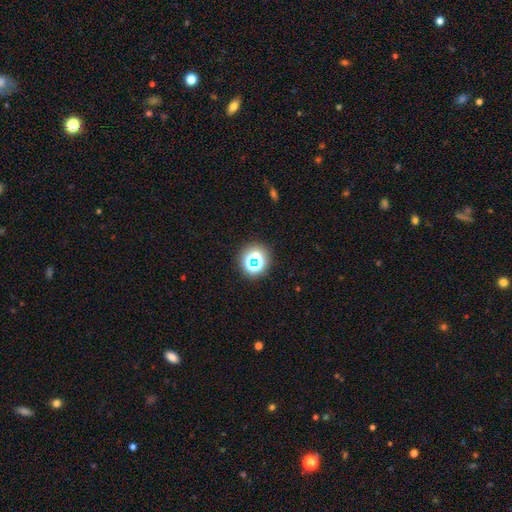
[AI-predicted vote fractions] Overall: star or artifact (52%; smooth 37%).